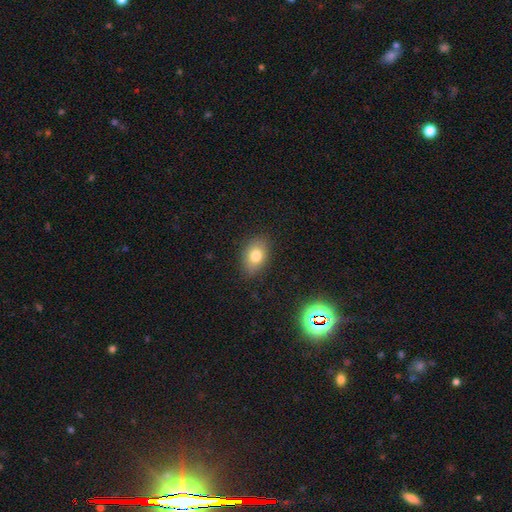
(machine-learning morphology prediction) Overall: smooth (78%). How rounded: in between (83%). Merging: none (85%).